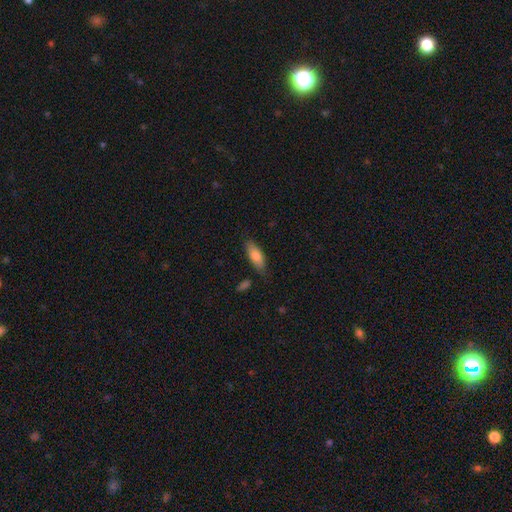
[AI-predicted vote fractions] The model was most divided on "how rounded": in between: 74%, cigar-shaped: 23%, round: 2%. More confident: merging — none (79%); smooth or featured — smooth (78%).